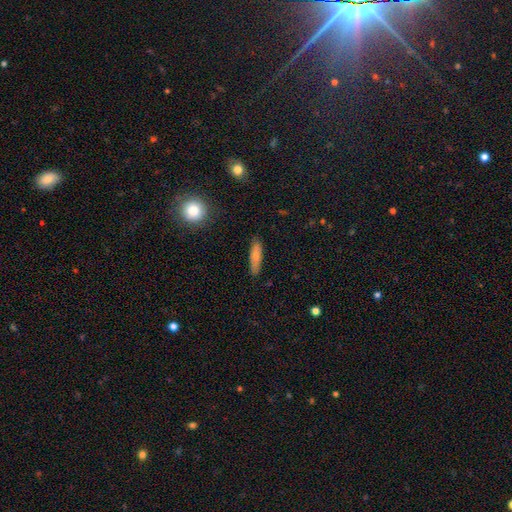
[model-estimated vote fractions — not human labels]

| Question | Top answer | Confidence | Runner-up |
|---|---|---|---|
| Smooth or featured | smooth | 78% | featured or disk (14%) |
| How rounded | cigar-shaped | 66% | in between (32%) |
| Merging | none | 86% | minor disturbance (11%) |